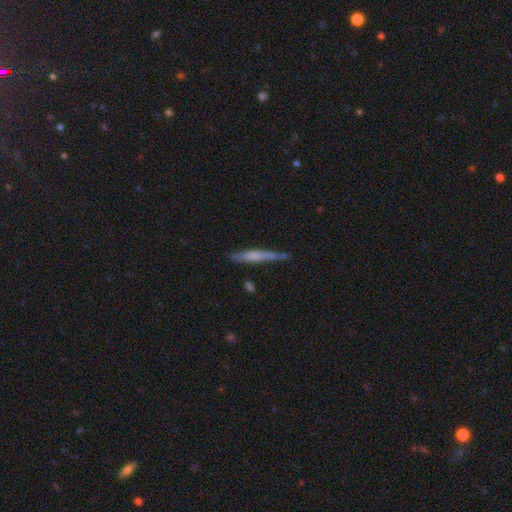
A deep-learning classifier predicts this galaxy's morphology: This is possibly a smooth galaxy (49%). Merging: likely none (70%).